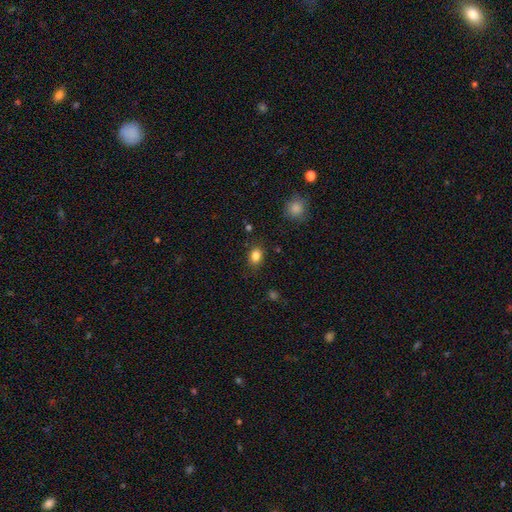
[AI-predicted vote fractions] The model was most divided on "how rounded": in between: 68%, round: 31%, cigar-shaped: 1%. More confident: smooth or featured — smooth (84%); merging — none (83%).